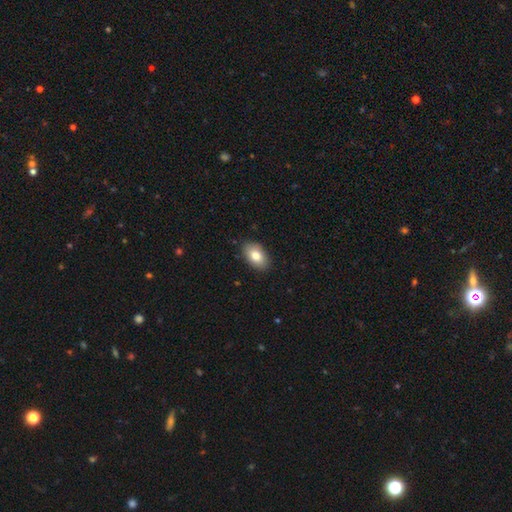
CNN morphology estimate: A smooth galaxy with no disk features (81%) that is in between round and cigar-shaped (91%).

Vote fractions:
- Smooth or featured? smooth: 81% / featured or disk: 12% / star or artifact: 7%
- How rounded? in between: 91% / round: 7% / cigar-shaped: 1%
- Merging? none: 87% / minor disturbance: 10% / major disturbance: 2% / merger: 1%